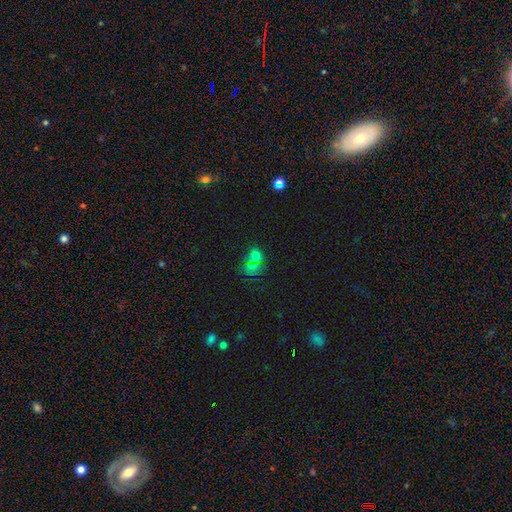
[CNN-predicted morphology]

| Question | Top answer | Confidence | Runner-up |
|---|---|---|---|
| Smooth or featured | smooth | 58% | star or artifact (33%) |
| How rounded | round | 57% | in between (41%) |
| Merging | none | 57% | merger (23%) |